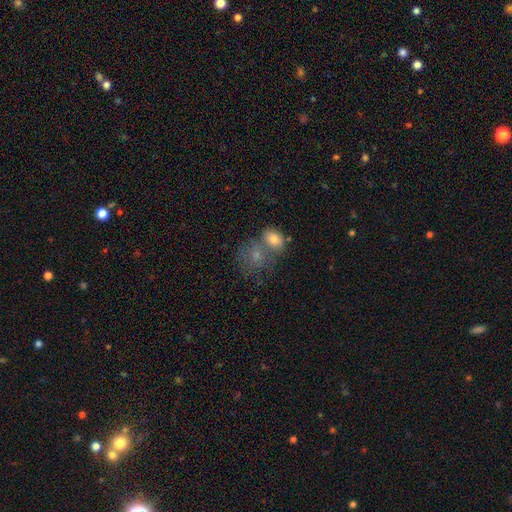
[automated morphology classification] The model was most divided on "how rounded": round: 56%, in between: 43%, cigar-shaped: 1%. More confident: smooth or featured — smooth (73%); merging — merger (52%).